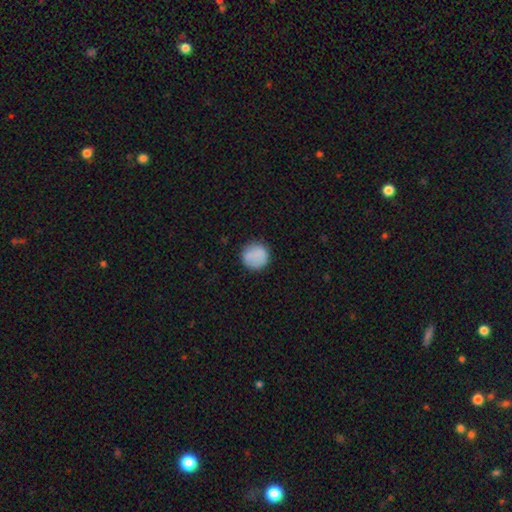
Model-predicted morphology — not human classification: This appears to be a smooth galaxy with no disk features (86%) that is round (94%). Merging: none (87%).